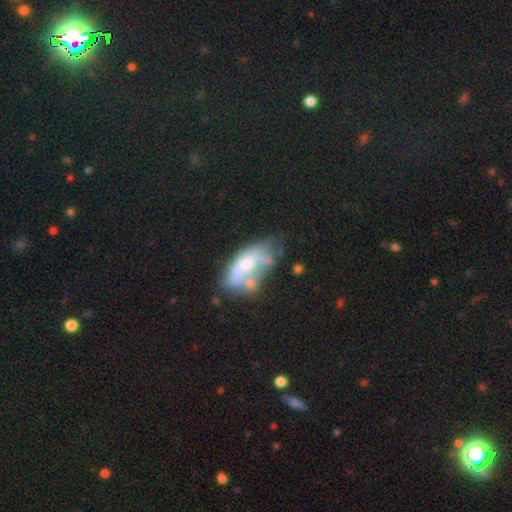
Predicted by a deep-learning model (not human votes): Overall: featured or disk (54%; smooth 37%). Edge-on disk: no (91%). Merging: merger (28%; none 26%).